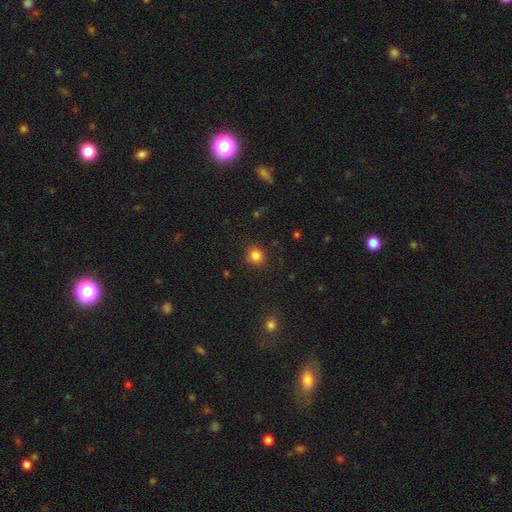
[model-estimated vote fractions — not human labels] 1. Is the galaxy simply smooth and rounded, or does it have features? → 83% smooth, 12% star or artifact, 5% featured or disk.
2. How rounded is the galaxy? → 85% round, 14% in between, 1% cigar-shaped.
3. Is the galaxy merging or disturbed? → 87% none, 9% minor disturbance, 3% major disturbance, 1% merger.